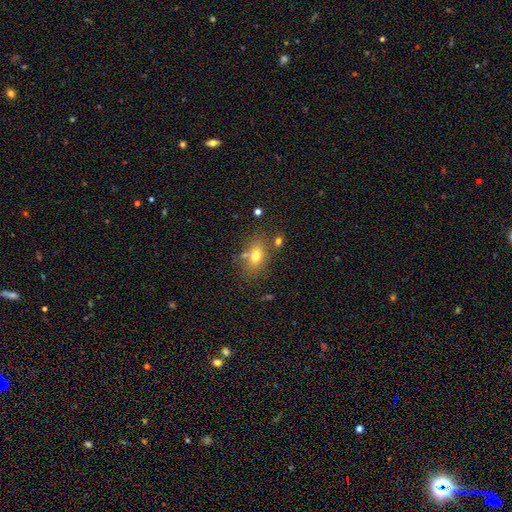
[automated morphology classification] Smooth or featured?
  - smooth: 70% *
  - featured or disk: 18%
  - star or artifact: 12%
How rounded?
  - in between: 76% *
  - round: 20%
  - cigar-shaped: 4%
Merging?
  - none: 68% *
  - minor disturbance: 15%
  - merger: 11%
  - major disturbance: 5%